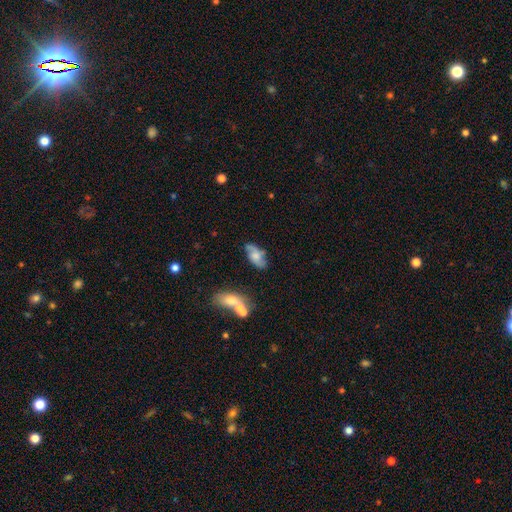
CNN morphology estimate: Smooth or featured? Predicted: featured or disk (p=0.50). Merging? Predicted: none (p=0.65).